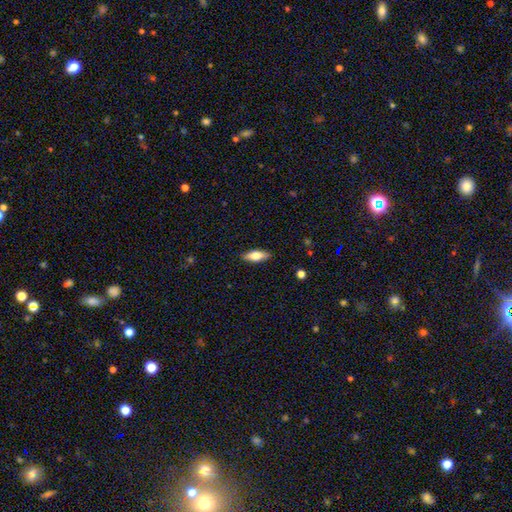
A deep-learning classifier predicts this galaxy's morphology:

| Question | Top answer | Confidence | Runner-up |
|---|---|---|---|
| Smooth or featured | smooth | 69% | featured or disk (24%) |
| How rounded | in between | 66% | cigar-shaped (31%) |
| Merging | none | 88% | minor disturbance (9%) |